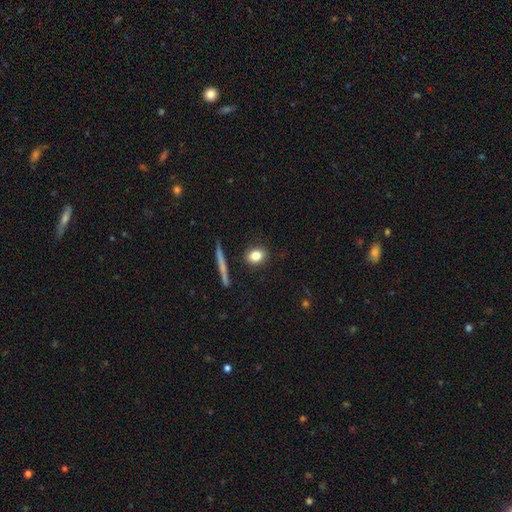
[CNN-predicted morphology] Q: Smooth or featured?
A: smooth (80%); runner-up: featured or disk (10%)
Q: How rounded?
A: round (51%); runner-up: in between (44%)
Q: Merging?
A: none (87%); runner-up: minor disturbance (8%)